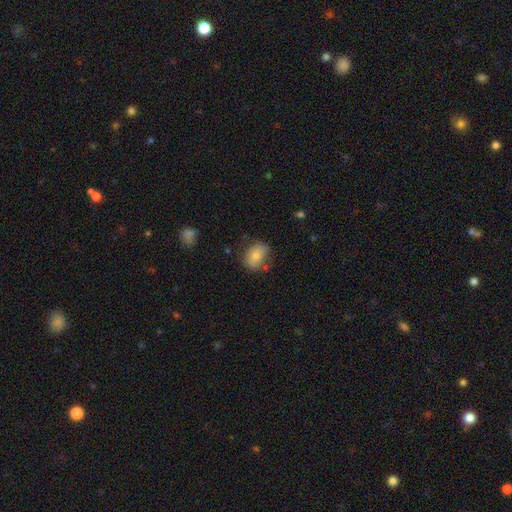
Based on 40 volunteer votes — Smooth or featured: smooth — 68% (featured or disk — 22%)
How rounded: in between — 74% (round — 26%)
Merging: none — 53% (minor disturbance — 39%)